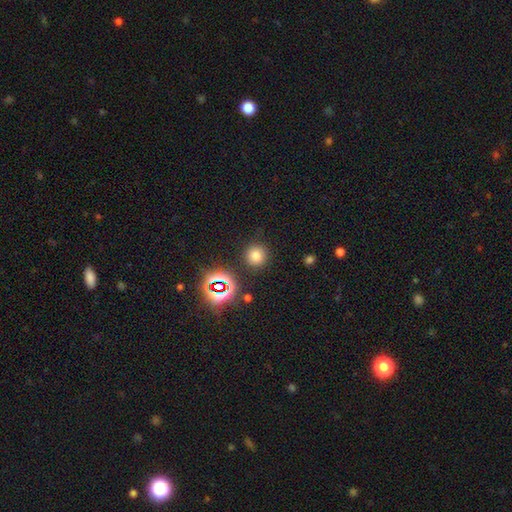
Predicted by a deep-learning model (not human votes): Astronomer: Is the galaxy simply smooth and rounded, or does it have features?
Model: smooth — 72%.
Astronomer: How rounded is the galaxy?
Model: round — 92%.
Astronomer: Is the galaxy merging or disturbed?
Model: none — 87%.